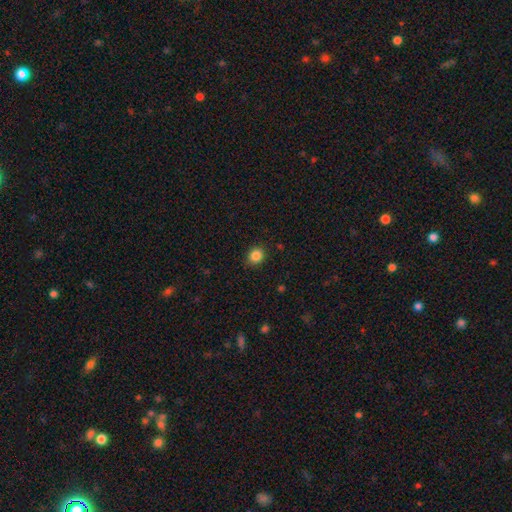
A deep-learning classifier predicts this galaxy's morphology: Overall: smooth (85%). How rounded: round (79%). Merging: none (88%).